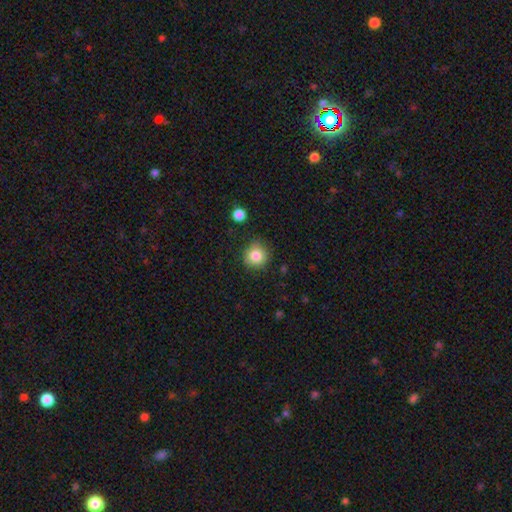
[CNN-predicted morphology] A smooth galaxy with no disk features (83%) that is round (90%).

Vote fractions:
- Smooth or featured? smooth: 83% / star or artifact: 10% / featured or disk: 6%
- How rounded? round: 90% / in between: 9% / cigar-shaped: 1%
- Merging? none: 83% / minor disturbance: 12% / major disturbance: 3% / merger: 2%